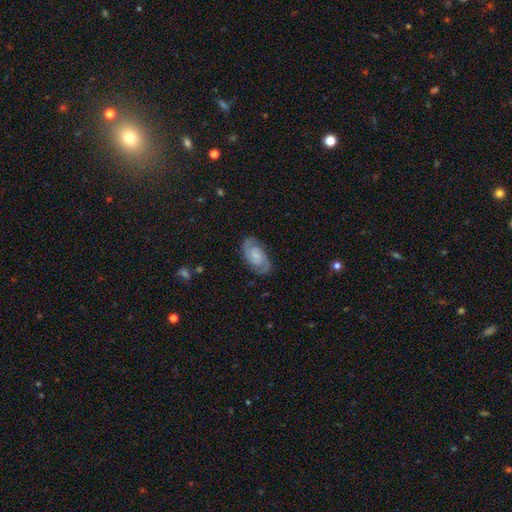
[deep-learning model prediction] Smooth or featured?
  - featured or disk: 83% *
  - smooth: 12%
  - star or artifact: 5%
Edge-on disk?
  - no: 97% *
  - yes: 3%
Bar?
  - no: 50% *
  - weak: 41%
  - strong: 8%
Spiral arms?
  - yes: 97% *
  - no: 3%
Spiral winding?
  - medium: 45% * (tied)
  - tight: 45% * (tied)
  - loose: 10%
Spiral arm count?
  - 2: 90% *
  - can't tell: 4%
  - 3: 2%
  - 1: 1%
  - 4: 1%
  - more than 4: 1%
Bulge size?
  - small: 53% *
  - moderate: 22%
  - none: 22%
  - large: 3%
  - dominant: 1%
Merging?
  - none: 83% *
  - minor disturbance: 12%
  - major disturbance: 4%
  - merger: 1%